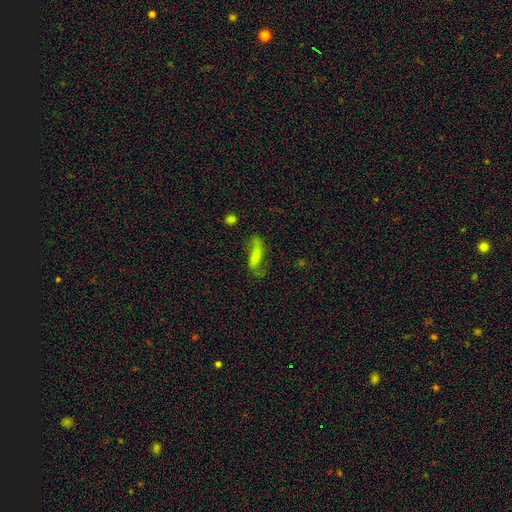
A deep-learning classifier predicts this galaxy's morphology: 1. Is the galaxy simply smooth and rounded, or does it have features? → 53% smooth, 37% featured or disk, 10% star or artifact.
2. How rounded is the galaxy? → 52% cigar-shaped, 45% in between, 3% round.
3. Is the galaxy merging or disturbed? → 49% none, 25% minor disturbance, 21% major disturbance, 5% merger.